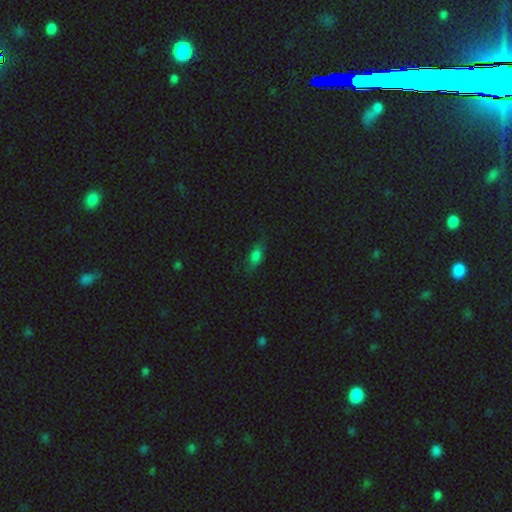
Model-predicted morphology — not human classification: A smooth galaxy with no disk features (67%) that is in between round and cigar-shaped (73%). Merging: none (73%).